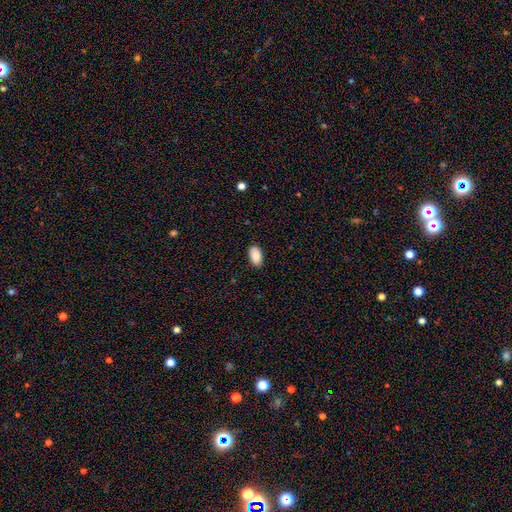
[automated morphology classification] This appears to be a smooth galaxy with no disk features (89%) that is in between round and cigar-shaped (94%). Merging: none (87%).